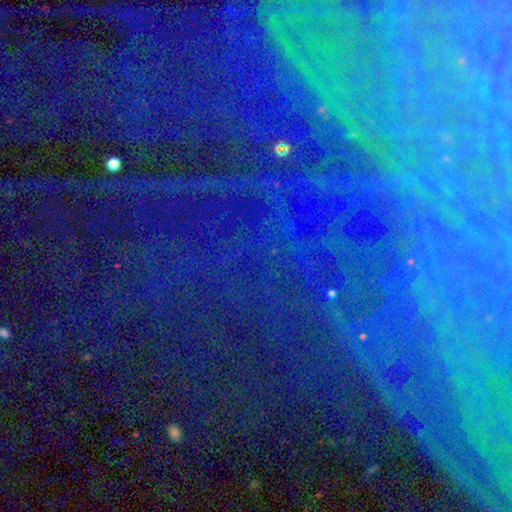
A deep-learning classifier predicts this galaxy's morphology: Smooth or featured? Predicted: star or artifact (p=0.84).